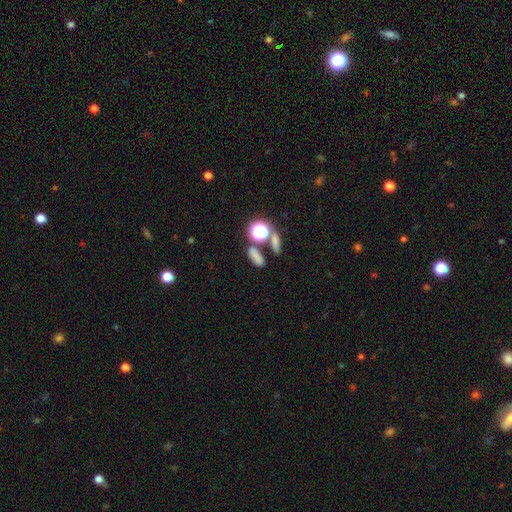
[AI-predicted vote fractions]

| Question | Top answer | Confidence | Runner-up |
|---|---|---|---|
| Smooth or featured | smooth | 69% | star or artifact (21%) |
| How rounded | in between | 65% | round (21%) |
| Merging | none | 57% | merger (25%) |